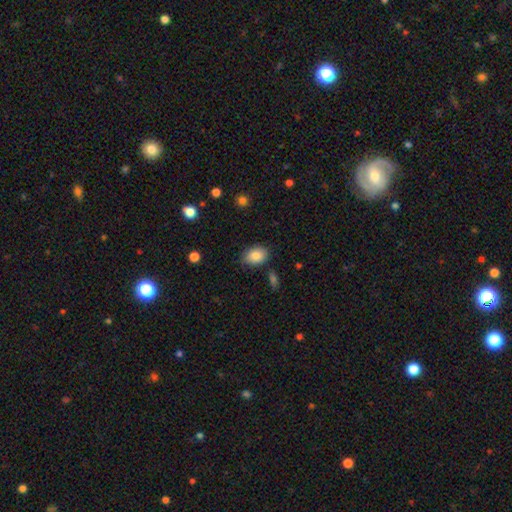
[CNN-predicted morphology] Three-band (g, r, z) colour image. It shows a smooth galaxy with no disk features (86%) that is in between round and cigar-shaped (81%). Merging: none (81%).